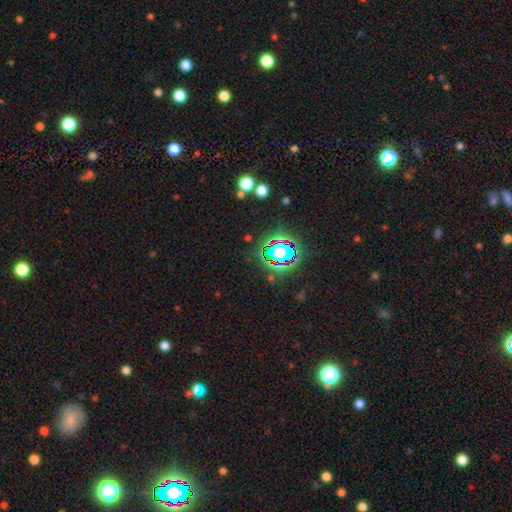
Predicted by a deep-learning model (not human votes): A star or artifact, not a galaxy (78%).